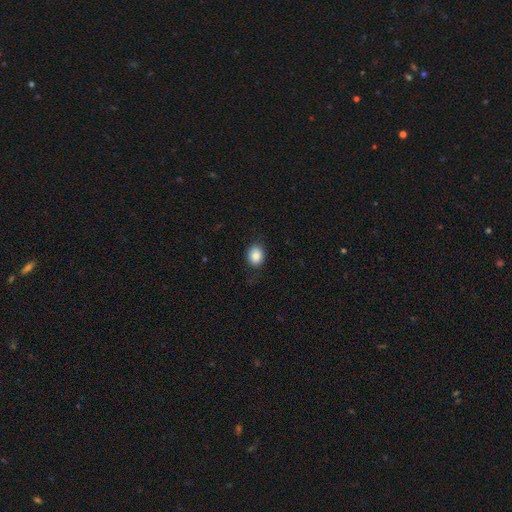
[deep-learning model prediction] Smooth or featured?
  - smooth: 86% *
  - star or artifact: 9%
  - featured or disk: 5%
How rounded?
  - round: 50% * (tied)
  - in between: 50% * (tied)
  - cigar-shaped: 1%
Merging?
  - none: 83% *
  - minor disturbance: 13%
  - major disturbance: 3%
  - merger: 1%